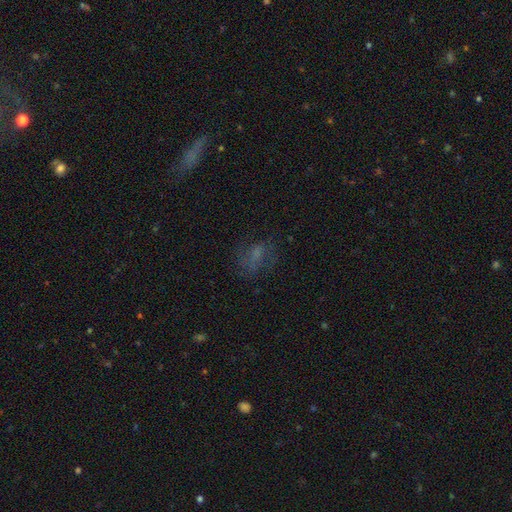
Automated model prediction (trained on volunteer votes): This appears to be a smooth galaxy with no disk features (45%). Merging: none (58%).